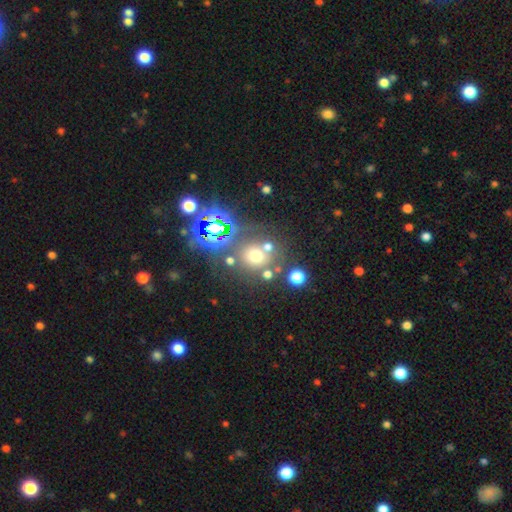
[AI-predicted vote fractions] Morphology: type=smooth (57%); roundness=round (86%); merging=none (68%).